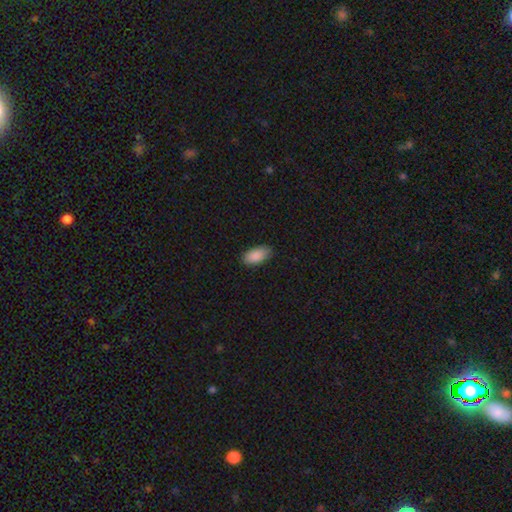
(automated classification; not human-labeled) A smooth galaxy with no disk features (89%) that is in between round and cigar-shaped (93%). Merging: none (84%).